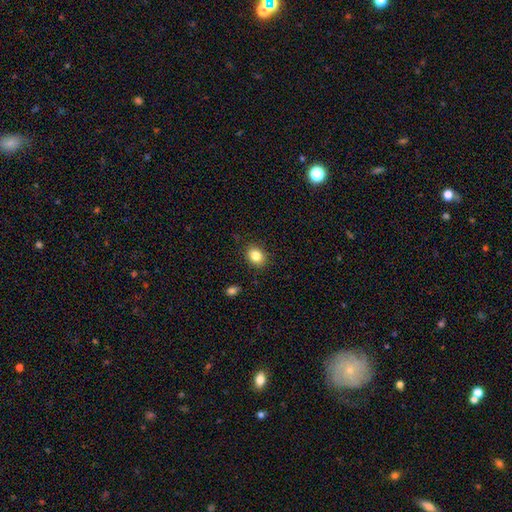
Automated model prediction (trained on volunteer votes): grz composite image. It shows a smooth galaxy with no disk features (83%) that is in between round and cigar-shaped (55%). Merging: none (86%).